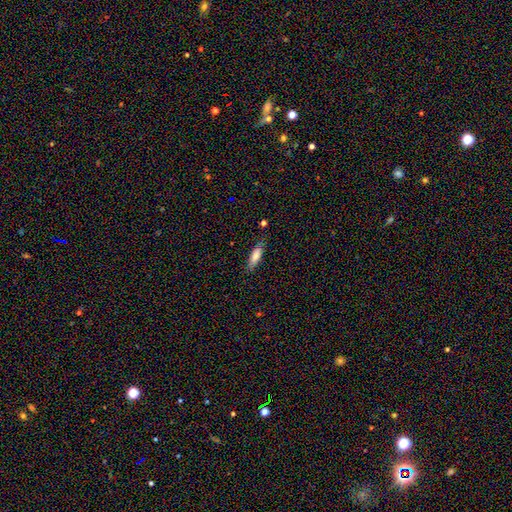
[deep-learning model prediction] smooth-or-featured: smooth: 79% | featured or disk: 14% | star or artifact: 7%
  how-rounded: cigar-shaped: 52% | in between: 47% | round: 2%
  merging: none: 75% | minor disturbance: 19% | major disturbance: 4% | merger: 2%